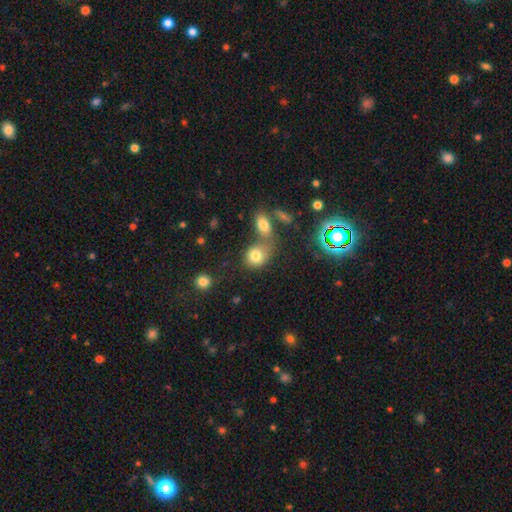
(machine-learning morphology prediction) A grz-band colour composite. It shows a smooth galaxy with no disk features (77%) that is round (58%). Merging: merger (42%).